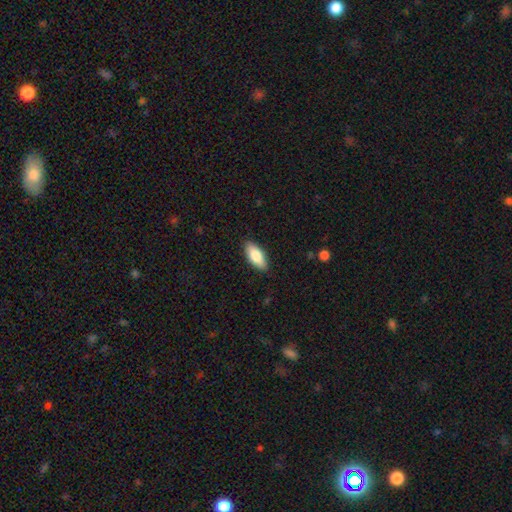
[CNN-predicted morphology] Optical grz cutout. It shows a smooth galaxy with no disk features (83%) that is in between round and cigar-shaped (85%). Merging: none (88%).